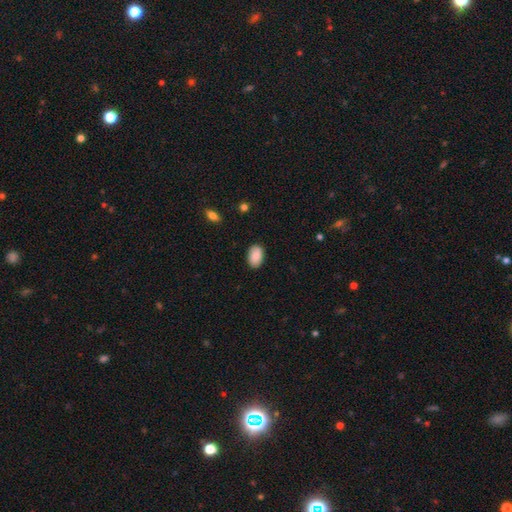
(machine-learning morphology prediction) Smooth or featured? smooth (88%)
How rounded? in between (92%)
Merging? none (87%)